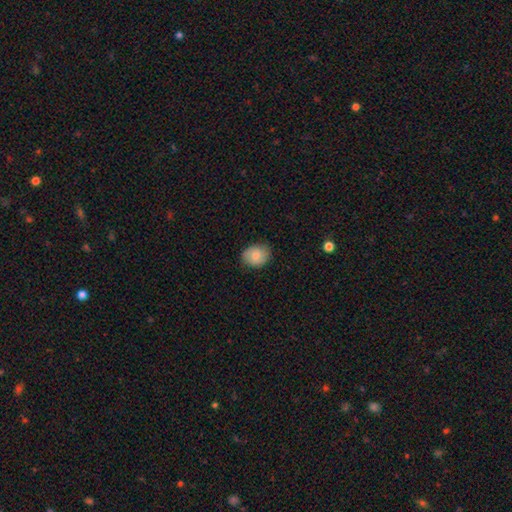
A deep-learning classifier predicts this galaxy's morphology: The model was most divided on "how rounded": in between: 52%, round: 47%, cigar-shaped: 1%. More confident: merging — none (80%); smooth or featured — smooth (76%).